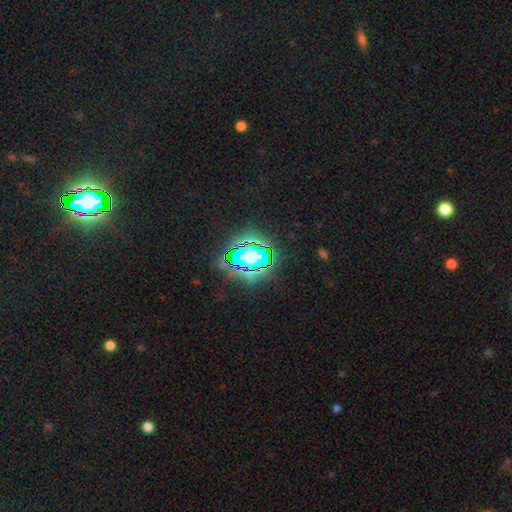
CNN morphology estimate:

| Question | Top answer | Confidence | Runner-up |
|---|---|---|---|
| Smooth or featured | star or artifact | 81% | smooth (11%) |